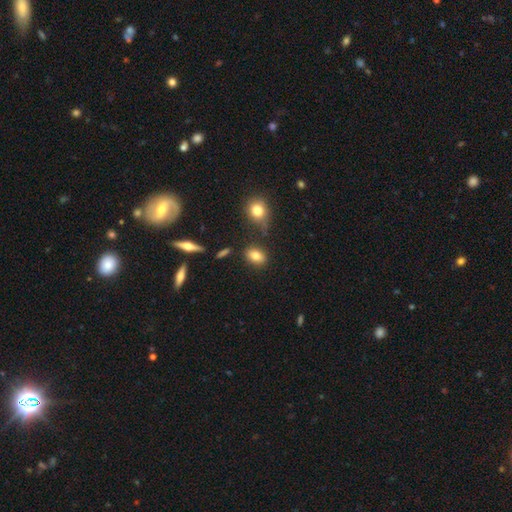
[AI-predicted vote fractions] smooth 80%, featured or disk 10%, star or artifact 10%. Down the decision tree: how rounded — in between (73%); merging — none (78%).